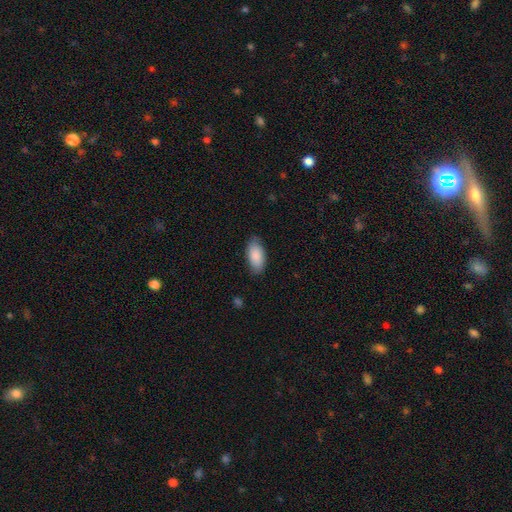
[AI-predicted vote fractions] Q: Smooth or featured?
A: smooth (88%); runner-up: featured or disk (7%)
Q: How rounded?
A: in between (92%); runner-up: cigar-shaped (6%)
Q: Merging?
A: none (82%); runner-up: minor disturbance (14%)